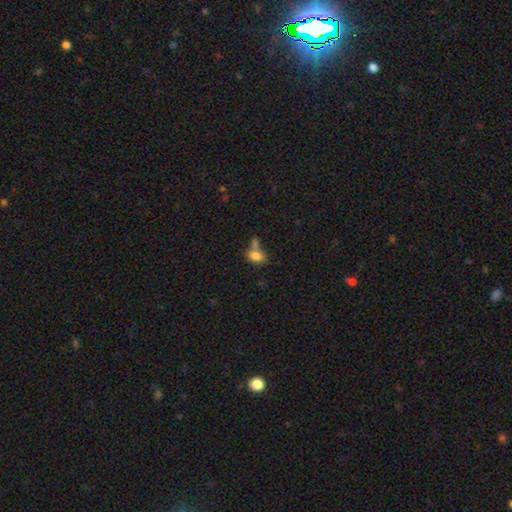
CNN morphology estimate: Smooth or featured? Predicted: smooth (p=0.80). How rounded? Predicted: in between (p=0.68). Merging? Predicted: merger (p=0.39).